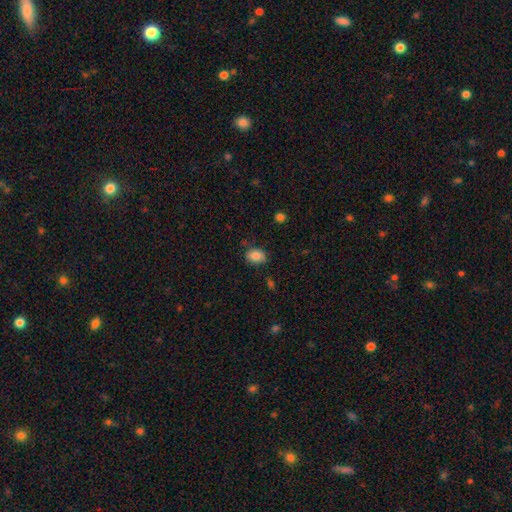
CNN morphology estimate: smooth 85%, star or artifact 9%, featured or disk 6%. Down the decision tree: how rounded — in between (66%); merging — none (77%).